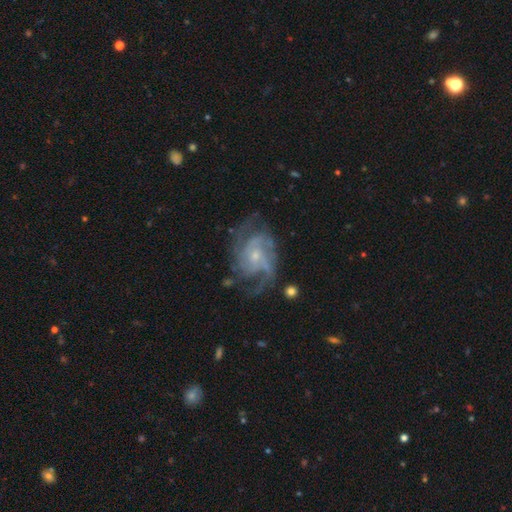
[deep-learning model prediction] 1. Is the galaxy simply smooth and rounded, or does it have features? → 88% featured or disk, 7% smooth, 6% star or artifact.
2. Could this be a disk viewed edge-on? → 98% no, 2% yes.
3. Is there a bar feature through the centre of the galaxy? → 64% no, 31% weak, 5% strong.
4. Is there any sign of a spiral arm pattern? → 96% yes, 4% no.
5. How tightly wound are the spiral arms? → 47% medium, 36% tight, 17% loose.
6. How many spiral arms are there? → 29% 3, 23% 2, 22% can't tell, 13% 4, 7% 1, 7% more than 4.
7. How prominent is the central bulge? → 71% small, 23% moderate, 4% none, 1% large, 1% dominant.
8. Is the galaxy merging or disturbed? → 61% none, 20% minor disturbance, 17% major disturbance, 2% merger.